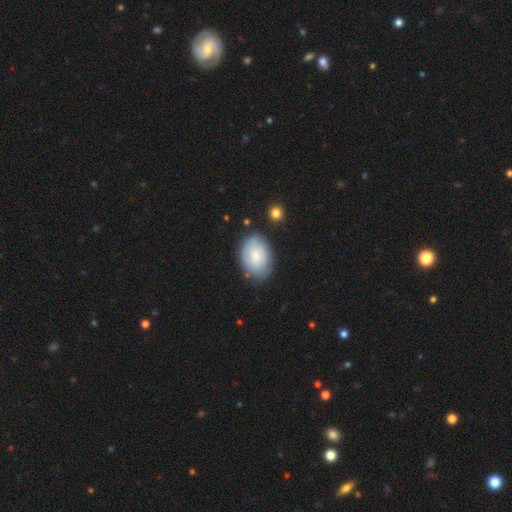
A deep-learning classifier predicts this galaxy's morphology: Q: Smooth or featured?
A: smooth (76%); runner-up: featured or disk (18%)
Q: How rounded?
A: in between (86%); runner-up: round (13%)
Q: Merging?
A: none (74%); runner-up: minor disturbance (18%)